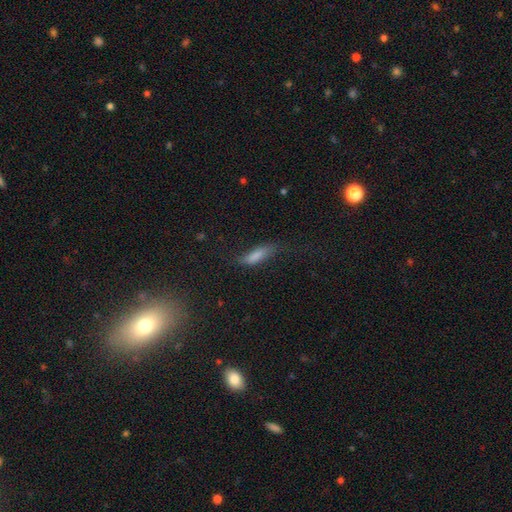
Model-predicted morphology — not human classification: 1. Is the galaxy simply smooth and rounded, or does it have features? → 65% smooth, 23% featured or disk, 12% star or artifact.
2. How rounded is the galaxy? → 64% cigar-shaped, 33% in between, 3% round.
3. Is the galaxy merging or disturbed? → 52% none, 27% minor disturbance, 18% major disturbance, 3% merger.